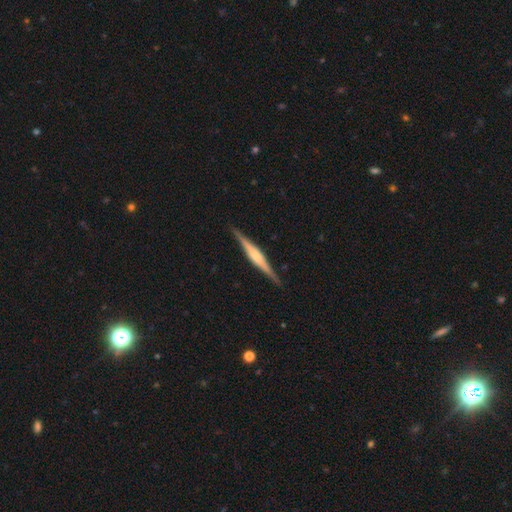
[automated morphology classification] Smooth or featured? featured or disk (79%)
Edge-on disk? yes (98%)
Edge-on bulge? rounded (62%)
Merging? none (90%)